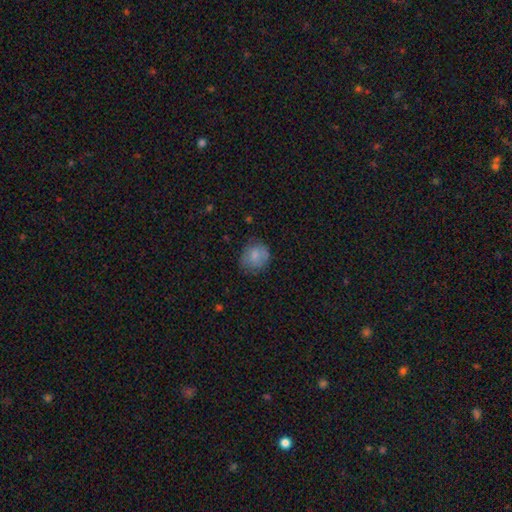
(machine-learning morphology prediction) Q: Smooth or featured?
A: smooth (76%); runner-up: featured or disk (16%)
Q: How rounded?
A: round (77%); runner-up: in between (22%)
Q: Merging?
A: none (69%); runner-up: minor disturbance (22%)